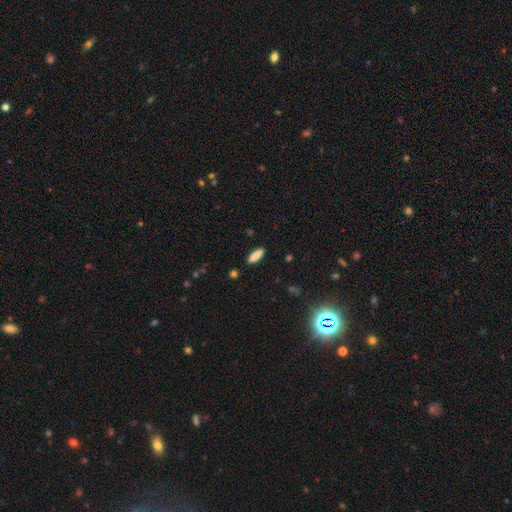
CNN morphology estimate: Q: Smooth or featured?
A: smooth (84%); runner-up: featured or disk (9%)
Q: How rounded?
A: cigar-shaped (51%); runner-up: in between (47%)
Q: Merging?
A: none (89%); runner-up: minor disturbance (8%)